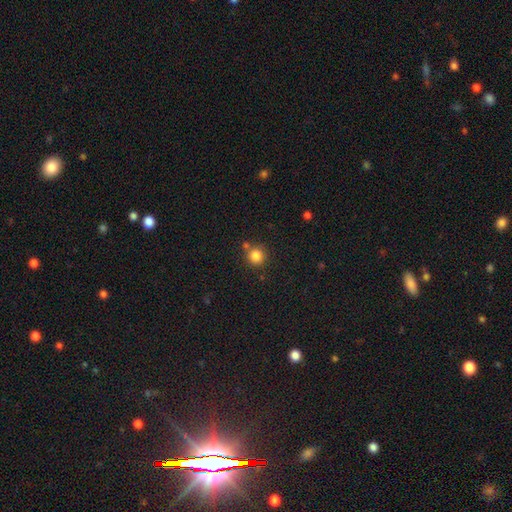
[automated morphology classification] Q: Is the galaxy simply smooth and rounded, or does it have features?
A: smooth — 84%.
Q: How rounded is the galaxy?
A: round — 92%.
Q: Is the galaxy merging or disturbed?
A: none — 76%.